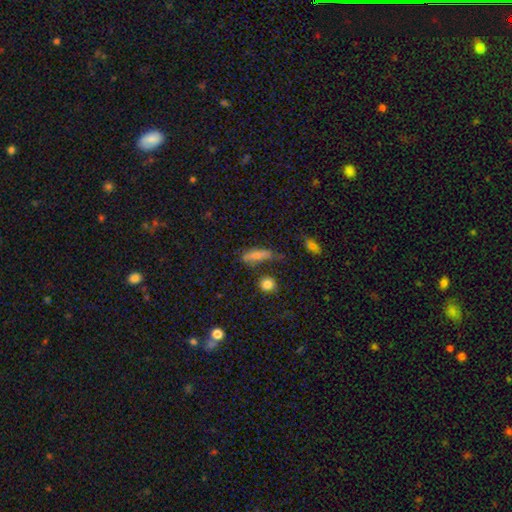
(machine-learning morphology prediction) type=smooth (67%); roundness=cigar-shaped (55%); merging=none (58%).